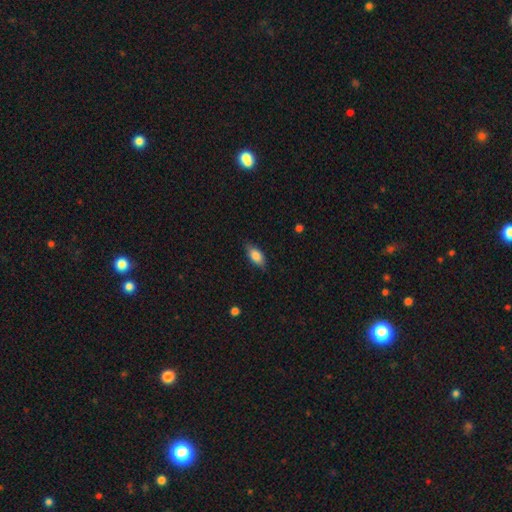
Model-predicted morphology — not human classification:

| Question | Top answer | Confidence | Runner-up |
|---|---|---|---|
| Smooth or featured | smooth | 81% | featured or disk (12%) |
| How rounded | in between | 84% | cigar-shaped (12%) |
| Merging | none | 80% | minor disturbance (16%) |